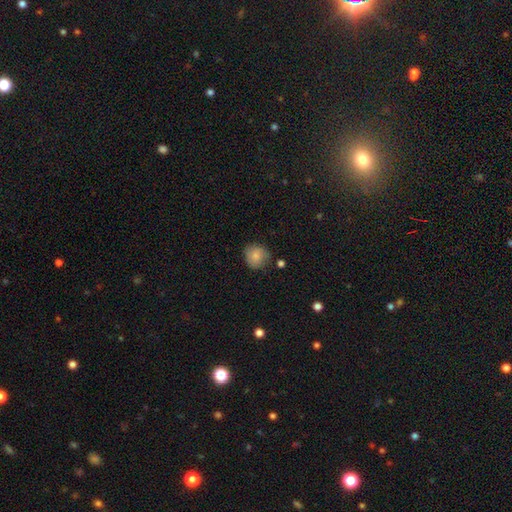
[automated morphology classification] Q: Smooth or featured?
A: smooth (84%); runner-up: featured or disk (8%)
Q: How rounded?
A: round (88%); runner-up: in between (11%)
Q: Merging?
A: none (76%); runner-up: minor disturbance (16%)